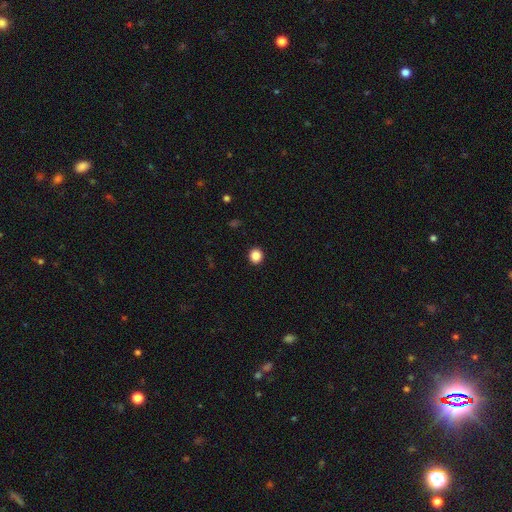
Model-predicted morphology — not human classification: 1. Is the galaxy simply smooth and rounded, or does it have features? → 87% smooth, 10% star or artifact, 3% featured or disk.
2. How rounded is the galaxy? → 88% round, 11% in between, 1% cigar-shaped.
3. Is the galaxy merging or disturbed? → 93% none, 4% minor disturbance, 2% major disturbance, 1% merger.